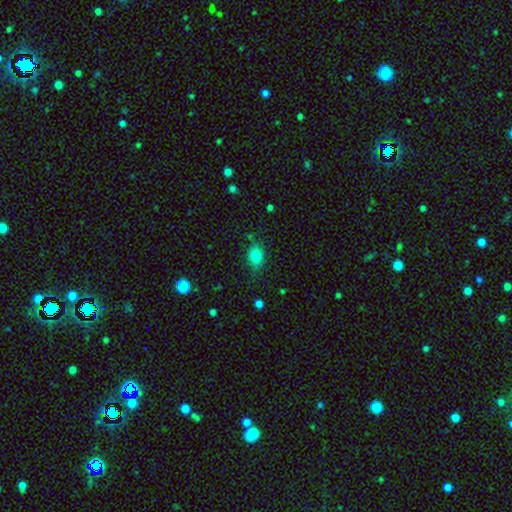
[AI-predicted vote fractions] The model was most divided on "how rounded": in between: 72%, round: 26%, cigar-shaped: 2%. More confident: smooth or featured — smooth (81%); merging — none (74%).